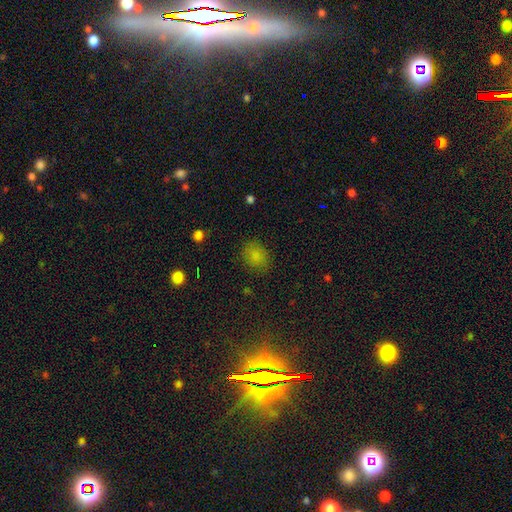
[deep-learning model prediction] A smooth galaxy with no disk features (81%) that is round (50%). Merging: none (81%).